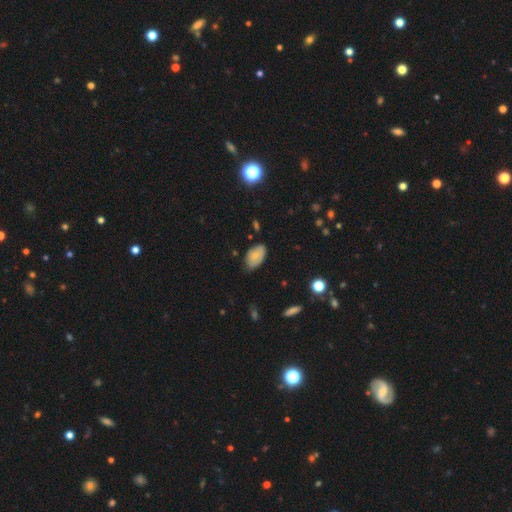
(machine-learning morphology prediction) Q: Smooth or featured?
A: smooth (76%); runner-up: featured or disk (16%)
Q: How rounded?
A: in between (92%); runner-up: round (6%)
Q: Merging?
A: none (69%); runner-up: minor disturbance (26%)